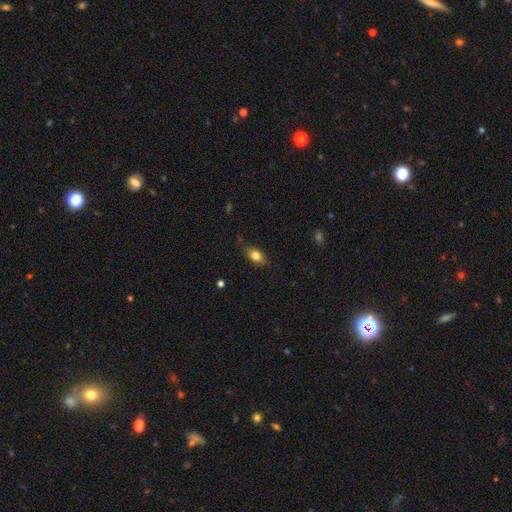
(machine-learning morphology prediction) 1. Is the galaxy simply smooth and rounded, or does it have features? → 80% smooth, 12% featured or disk, 9% star or artifact.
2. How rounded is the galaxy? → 82% in between, 13% round, 5% cigar-shaped.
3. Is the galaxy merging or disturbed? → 77% none, 18% minor disturbance, 4% major disturbance, 1% merger.